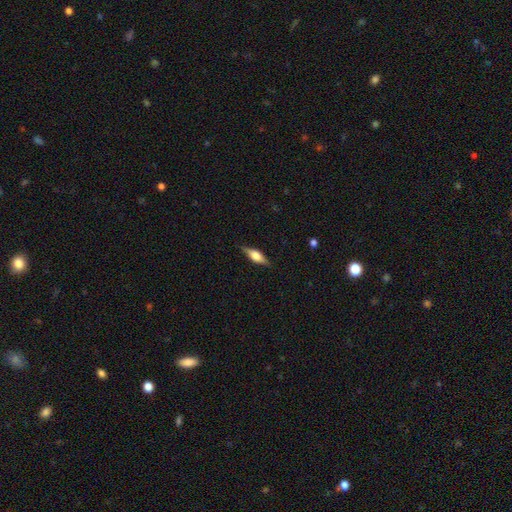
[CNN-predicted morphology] Smooth or featured? Predicted: featured or disk (p=0.57). Edge-on disk? Predicted: yes (p=0.95). Edge-on bulge? Predicted: rounded (p=0.85). Merging? Predicted: none (p=0.86).